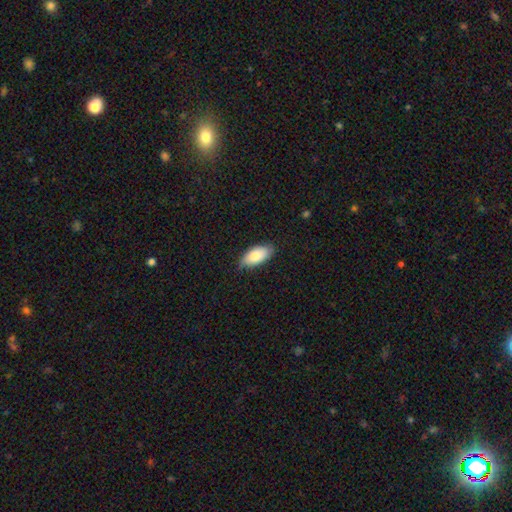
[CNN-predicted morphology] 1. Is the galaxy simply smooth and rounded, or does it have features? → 81% smooth, 13% featured or disk, 6% star or artifact.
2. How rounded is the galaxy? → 92% in between, 6% cigar-shaped, 2% round.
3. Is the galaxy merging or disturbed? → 80% none, 17% minor disturbance, 2% major disturbance, 1% merger.